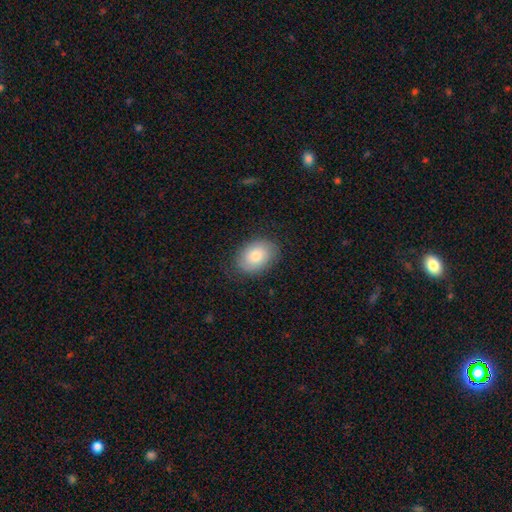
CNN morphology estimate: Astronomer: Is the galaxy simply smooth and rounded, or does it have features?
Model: smooth — 78%.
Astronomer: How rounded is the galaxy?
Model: in between — 76%.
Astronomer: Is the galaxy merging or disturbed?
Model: none — 82%.